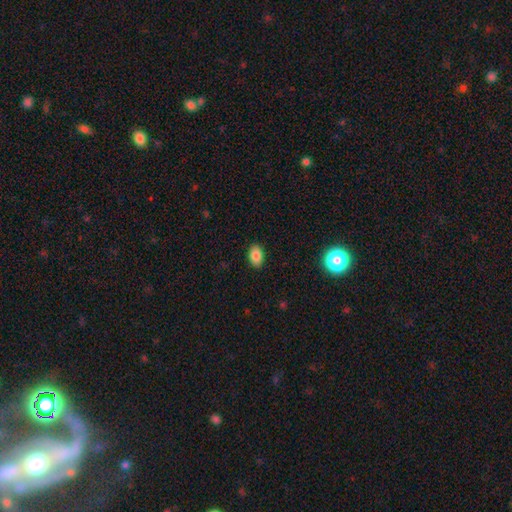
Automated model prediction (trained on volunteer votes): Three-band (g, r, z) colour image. It shows a smooth galaxy with no disk features (85%) that is in between round and cigar-shaped (89%). Merging: none (89%).